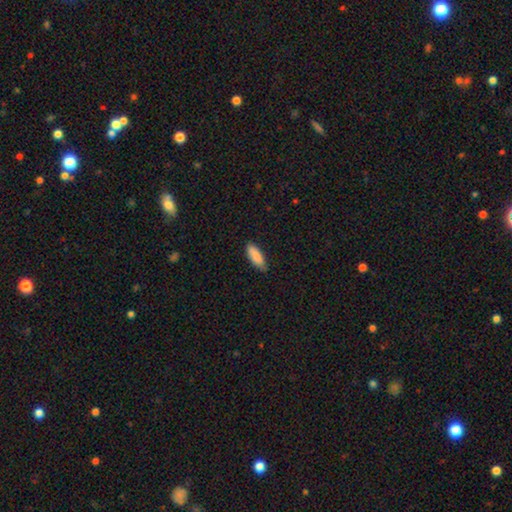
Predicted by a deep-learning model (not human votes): A smooth galaxy with no disk features (88%) that is in between round and cigar-shaped (66%). Merging: none (79%).